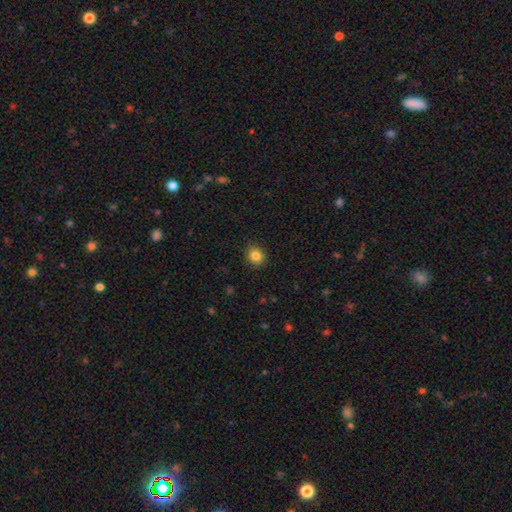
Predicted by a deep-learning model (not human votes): Smooth or featured? Predicted: smooth (p=0.84). How rounded? Predicted: round (p=0.76). Merging? Predicted: none (p=0.89).